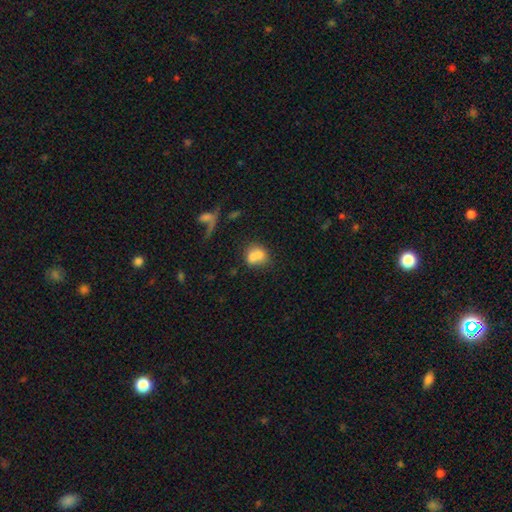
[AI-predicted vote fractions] Smooth or featured? smooth (72%)
How rounded? round (55%)
Merging? merger (50%)